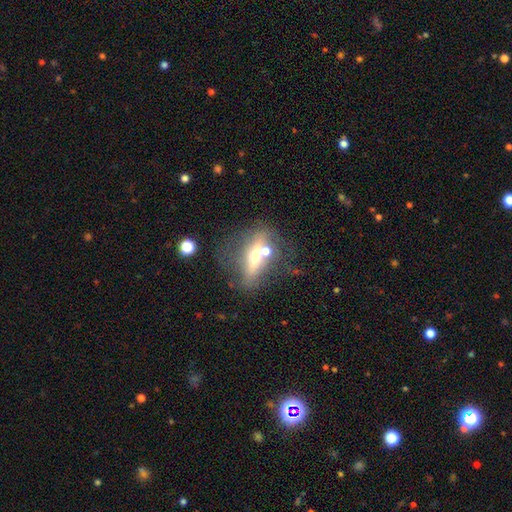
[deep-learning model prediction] This appears to be a featured or disk galaxy (51%) viewed edge-on (56%). Merging: none (47%).